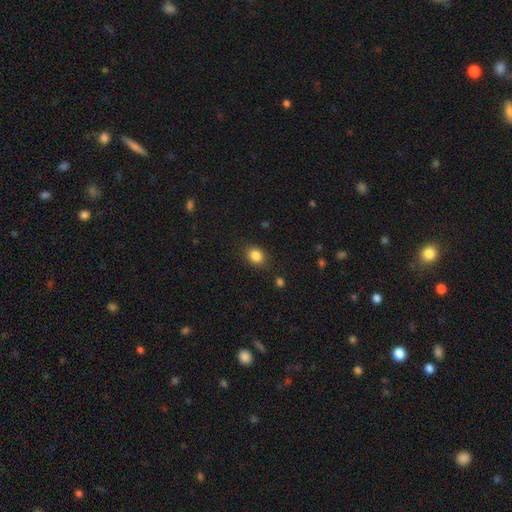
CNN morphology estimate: The model was most divided on "how rounded": round: 56%, in between: 43%, cigar-shaped: 1%. More confident: merging — none (85%); smooth or featured — smooth (85%).